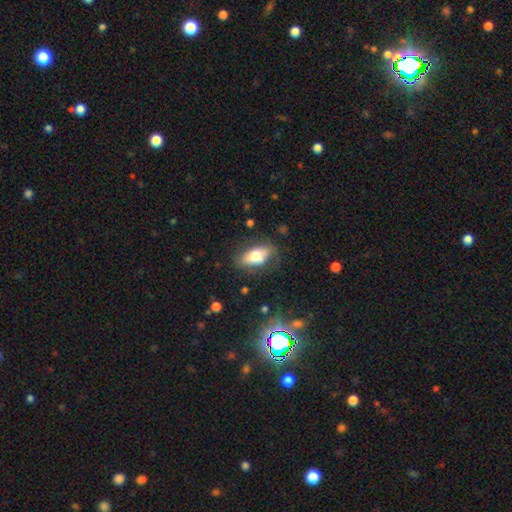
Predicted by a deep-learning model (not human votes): Smooth or featured? Predicted: smooth (p=0.68). How rounded? Predicted: in between (p=0.84). Merging? Predicted: none (p=0.74).